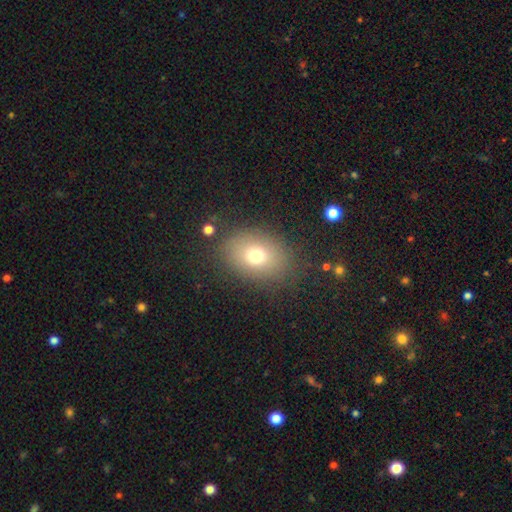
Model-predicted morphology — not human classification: Q: Smooth or featured?
A: smooth (73%); runner-up: star or artifact (14%)
Q: How rounded?
A: in between (66%); runner-up: round (33%)
Q: Merging?
A: none (82%); runner-up: minor disturbance (11%)